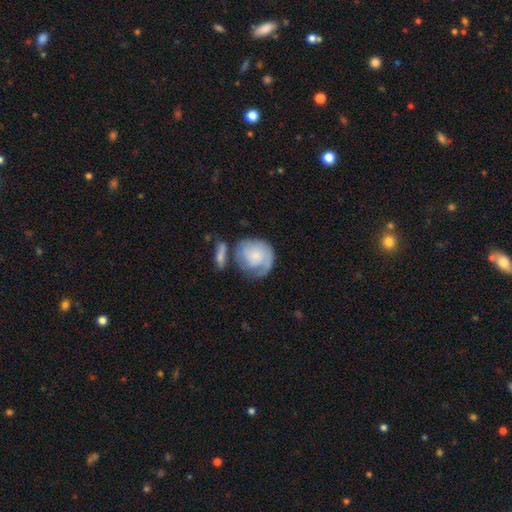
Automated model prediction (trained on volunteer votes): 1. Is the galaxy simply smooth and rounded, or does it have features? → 54% featured or disk, 40% smooth, 6% star or artifact.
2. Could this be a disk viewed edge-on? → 97% no, 3% yes.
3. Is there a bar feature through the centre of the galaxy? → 75% no, 22% weak, 3% strong.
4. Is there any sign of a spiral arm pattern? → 84% yes, 16% no.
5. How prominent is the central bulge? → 39% small, 25% none, 23% moderate, 10% large, 3% dominant.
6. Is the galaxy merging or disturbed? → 45% none, 23% minor disturbance, 18% major disturbance, 14% merger.